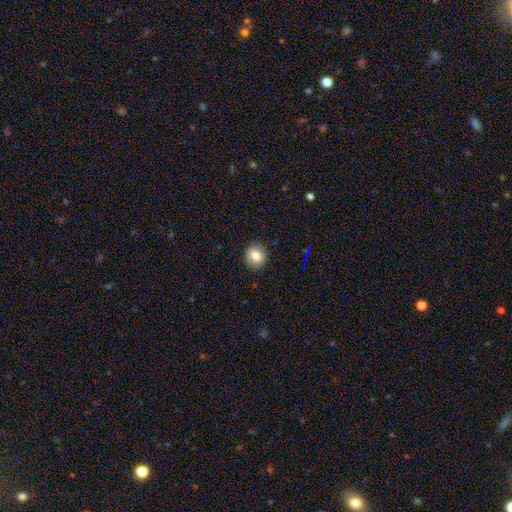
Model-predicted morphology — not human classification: Overall: smooth (81%). How rounded: round (80%). Merging: none (89%).